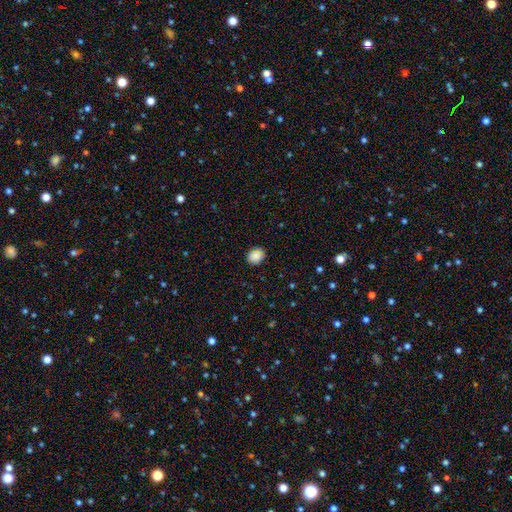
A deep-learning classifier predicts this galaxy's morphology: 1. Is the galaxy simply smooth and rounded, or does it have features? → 84% smooth, 11% star or artifact, 5% featured or disk.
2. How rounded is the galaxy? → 65% round, 34% in between, 1% cigar-shaped.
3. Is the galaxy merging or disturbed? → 84% none, 12% minor disturbance, 3% major disturbance, 1% merger.